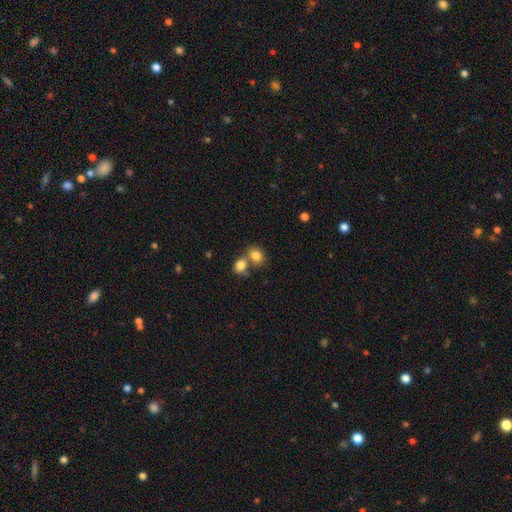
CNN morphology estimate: Smooth or featured?
  - smooth: 82% *
  - star or artifact: 10%
  - featured or disk: 8%
How rounded?
  - in between: 56% *
  - round: 43%
  - cigar-shaped: 1%
Merging?
  - merger: 45% *
  - none: 43%
  - minor disturbance: 9%
  - major disturbance: 3%